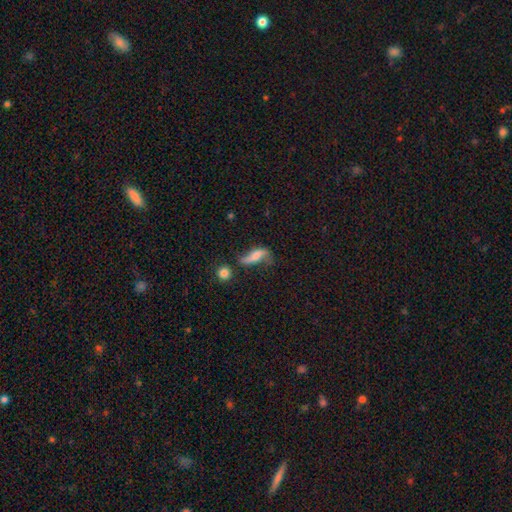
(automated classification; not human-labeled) A featured or disk galaxy (56%). Merging: none (47%).